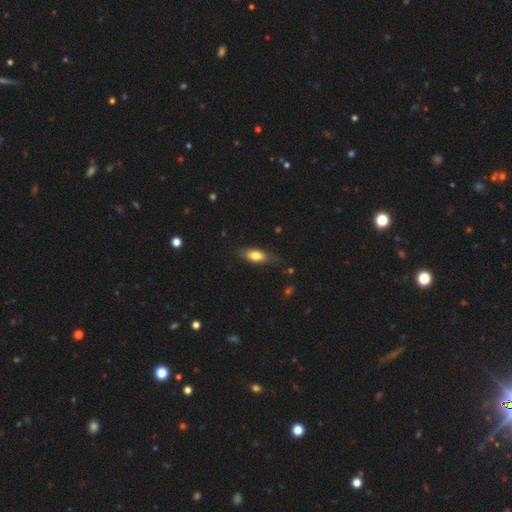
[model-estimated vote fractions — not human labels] Smooth or featured?
  - smooth: 74% *
  - featured or disk: 20%
  - star or artifact: 7%
How rounded?
  - in between: 73% *
  - cigar-shaped: 23%
  - round: 3%
Merging?
  - none: 70% *
  - minor disturbance: 23%
  - major disturbance: 5%
  - merger: 2%